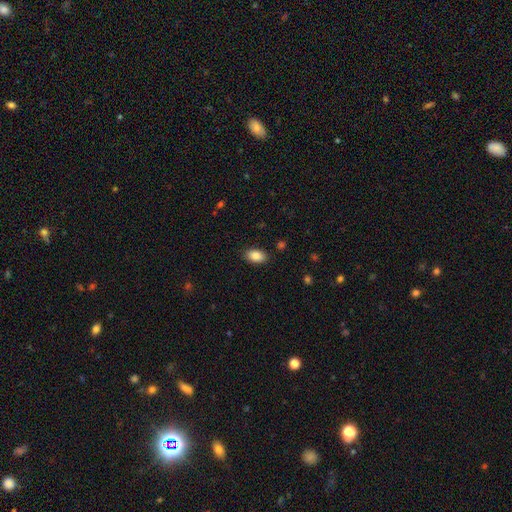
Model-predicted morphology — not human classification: smooth 86%, star or artifact 8%, featured or disk 6%. Down the decision tree: how rounded — in between (91%); merging — none (88%).